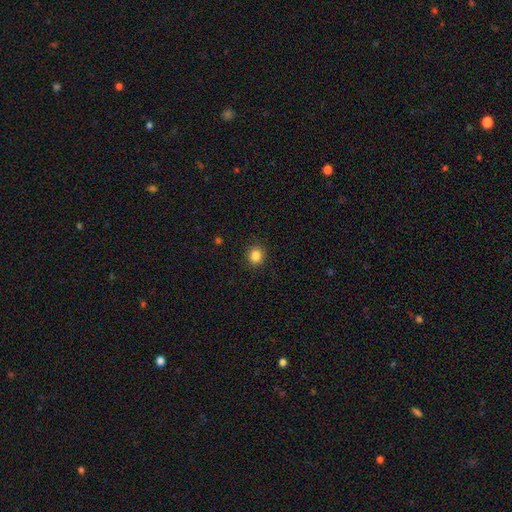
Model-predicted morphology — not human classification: A smooth galaxy with no disk features (86%) that is round (85%).

Vote fractions:
- Smooth or featured? smooth: 86% / star or artifact: 11% / featured or disk: 4%
- How rounded? round: 85% / in between: 14% / cigar-shaped: 1%
- Merging? none: 90% / minor disturbance: 7% / major disturbance: 2% / merger: 1%